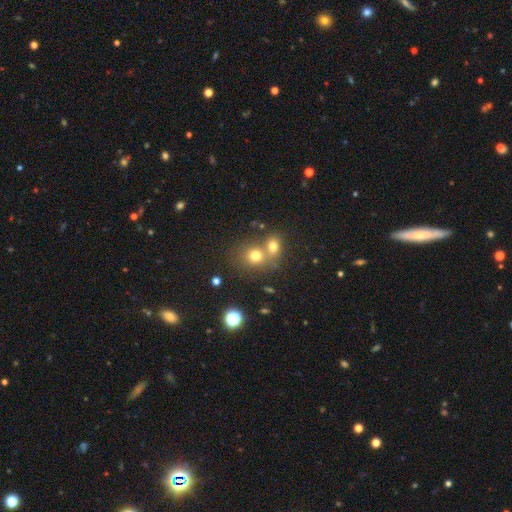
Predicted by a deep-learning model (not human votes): This is likely a smooth galaxy (73%). How rounded: likely round (76%). Merging: possibly merger (48%).